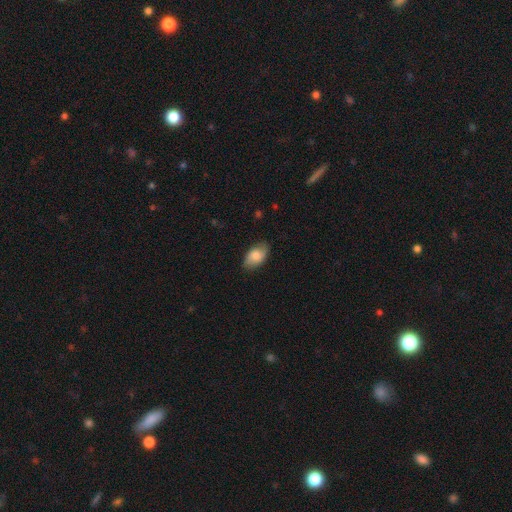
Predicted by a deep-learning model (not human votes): smooth 75%, featured or disk 18%, star or artifact 7%. Down the decision tree: how rounded — in between (92%); merging — none (80%).